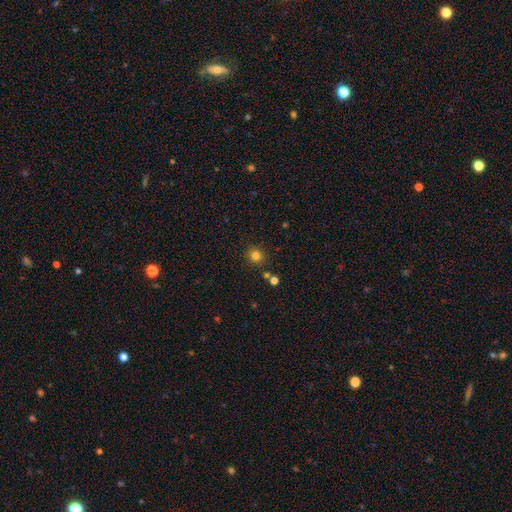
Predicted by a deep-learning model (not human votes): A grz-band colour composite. It shows a smooth galaxy with no disk features (80%) that is round (82%). Merging: none (85%).